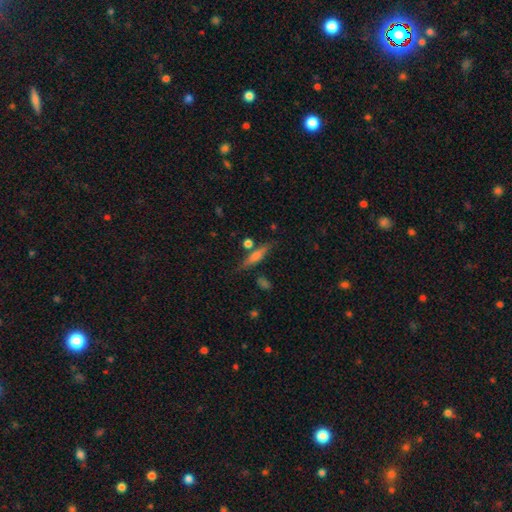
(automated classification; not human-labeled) Overall: featured or disk (46%; smooth 45%). Merging: none (74%).